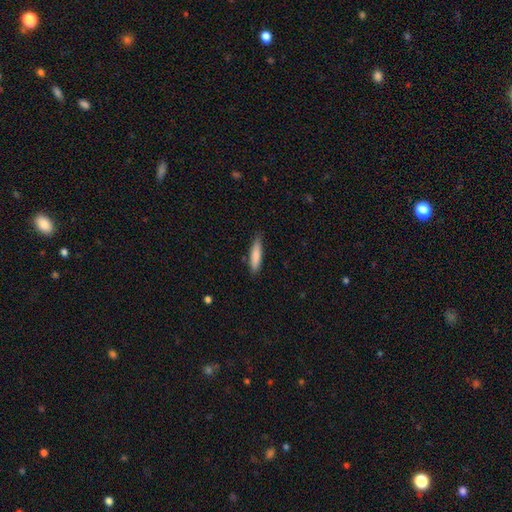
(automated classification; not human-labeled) Smooth or featured: smooth — 82% (featured or disk — 12%)
How rounded: cigar-shaped — 81% (in between — 18%)
Merging: none — 82% (minor disturbance — 14%)